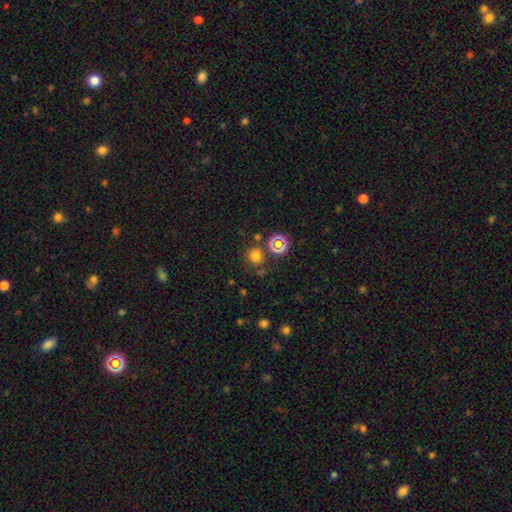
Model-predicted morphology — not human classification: smooth_or_featured: smooth (p=0.70) [alt: star or artifact p=0.23]
how_rounded: round (p=0.86) [alt: in between p=0.13]
merging: none (p=0.73) [alt: merger p=0.12]